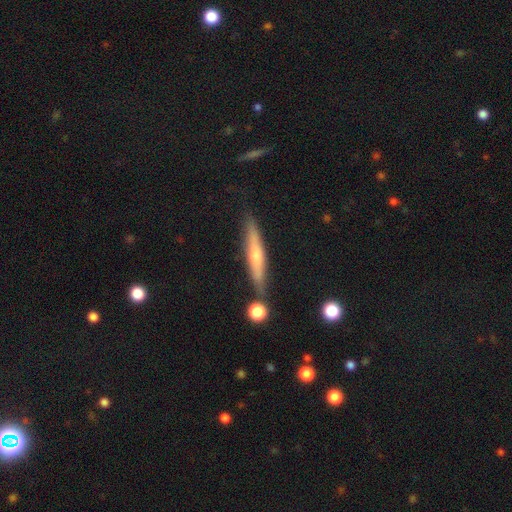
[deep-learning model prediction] This is possibly a featured or disk galaxy (59%). It is clearly viewed edge-on (92%). Edge-on bulge: likely rounded (69%). Merging: clearly none (81%).